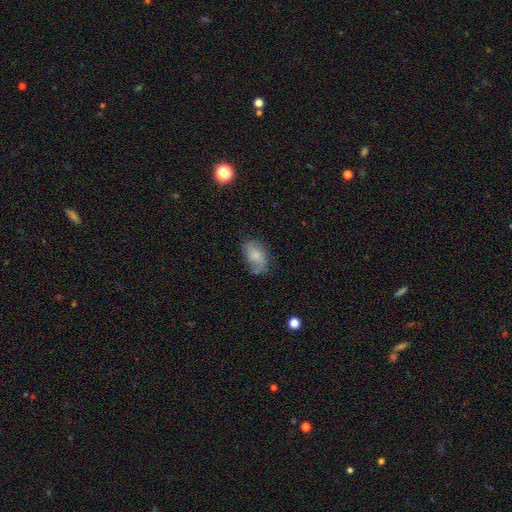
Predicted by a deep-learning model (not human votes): The model was most divided on "merging": none: 54%, minor disturbance: 29%, major disturbance: 13%, merger: 4%. More confident: how rounded — in between (89%); smooth or featured — smooth (63%).